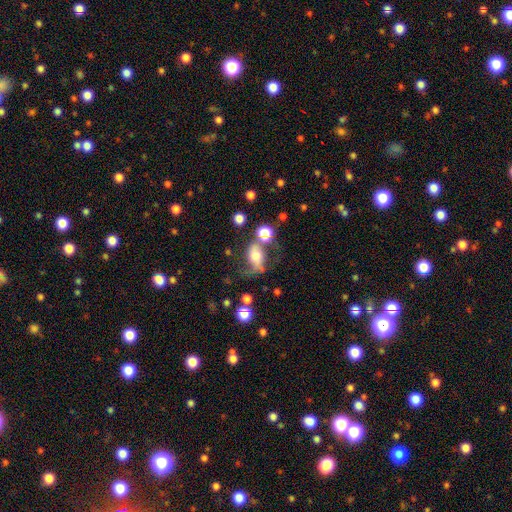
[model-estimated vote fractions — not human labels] Smooth or featured?
  - featured or disk: 45% *
  - smooth: 42%
  - star or artifact: 13%
Merging?
  - none: 38% *
  - major disturbance: 25%
  - minor disturbance: 23%
  - merger: 15%